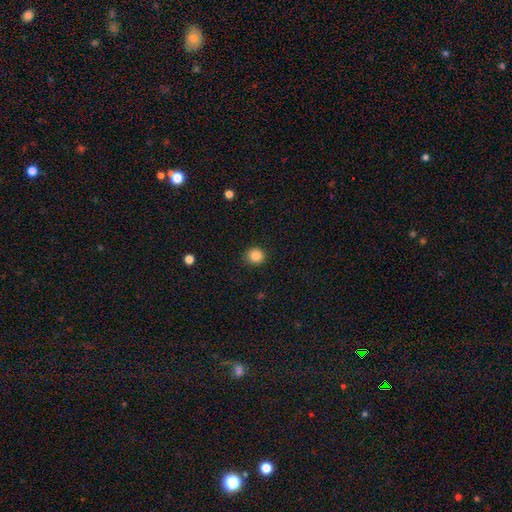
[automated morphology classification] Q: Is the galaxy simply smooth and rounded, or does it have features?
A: smooth — 85%.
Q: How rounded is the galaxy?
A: round — 90%.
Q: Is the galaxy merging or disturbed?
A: none — 89%.